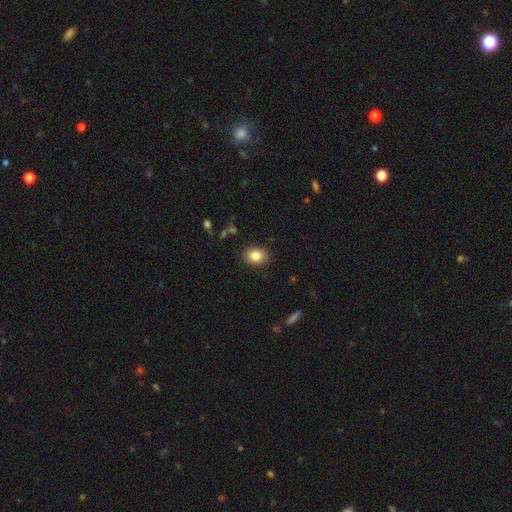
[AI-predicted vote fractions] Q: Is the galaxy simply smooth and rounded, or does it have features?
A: smooth — 85%.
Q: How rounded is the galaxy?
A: in between — 64%.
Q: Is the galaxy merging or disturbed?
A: none — 88%.